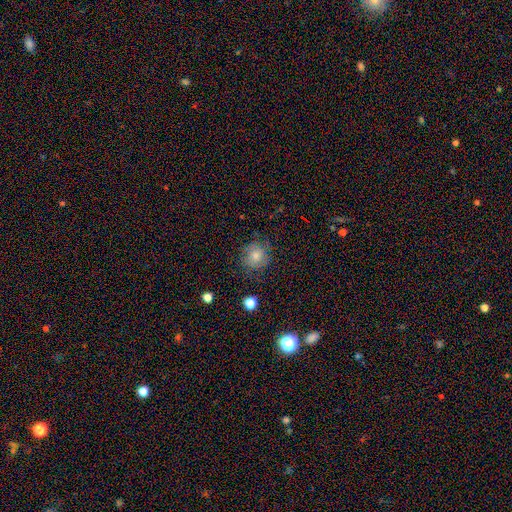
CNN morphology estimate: smooth-or-featured: smooth: 56% | featured or disk: 27% | star or artifact: 16%
  how-rounded: round: 87% | in between: 12% | cigar-shaped: 1%
  merging: none: 79% | minor disturbance: 15% | major disturbance: 5% | merger: 1%